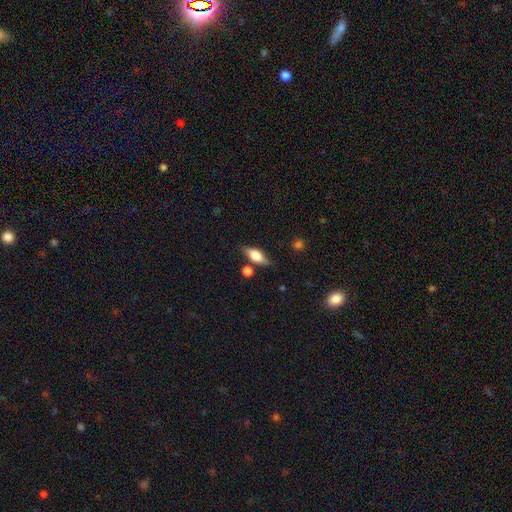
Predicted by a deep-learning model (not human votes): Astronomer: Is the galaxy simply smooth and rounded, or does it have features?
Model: smooth — 56% (runner-up: featured or disk, 37%).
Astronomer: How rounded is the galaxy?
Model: in between — 70%.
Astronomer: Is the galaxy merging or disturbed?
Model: none — 76%.